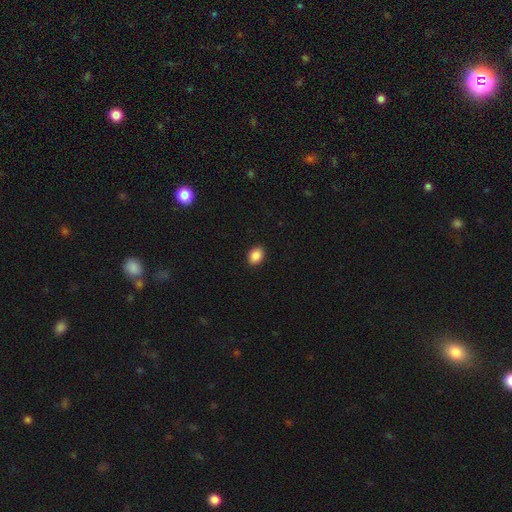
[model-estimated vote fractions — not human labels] smooth-or-featured: smooth: 89% | star or artifact: 8% | featured or disk: 3%
  how-rounded: in between: 73% | round: 26% | cigar-shaped: 1%
  merging: none: 91% | minor disturbance: 7% | major disturbance: 2% | merger: 1%